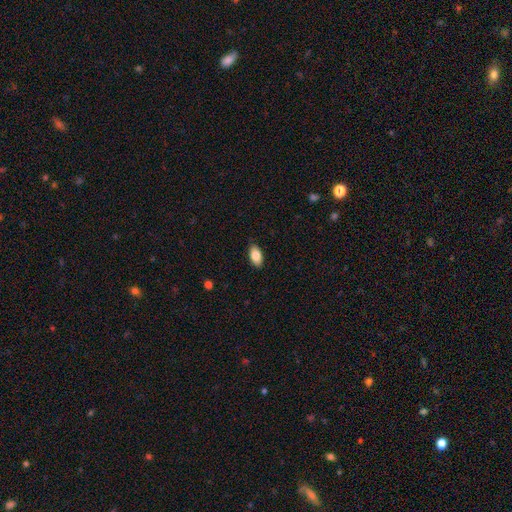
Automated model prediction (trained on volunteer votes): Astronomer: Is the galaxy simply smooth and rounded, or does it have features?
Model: smooth — 85%.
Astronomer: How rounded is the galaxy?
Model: in between — 93%.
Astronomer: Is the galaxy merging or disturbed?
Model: none — 88%.